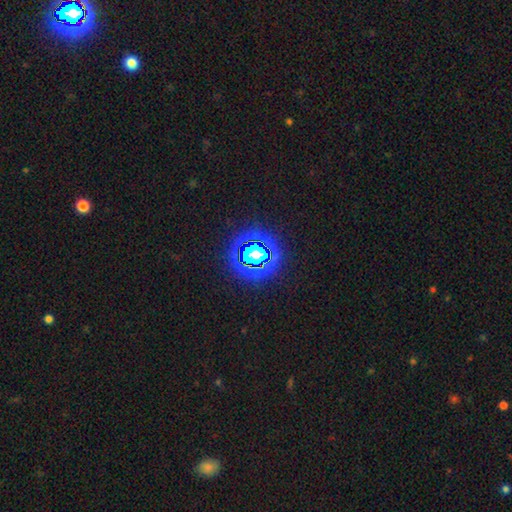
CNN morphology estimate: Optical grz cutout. It shows a star or artifact, not a galaxy (62%).